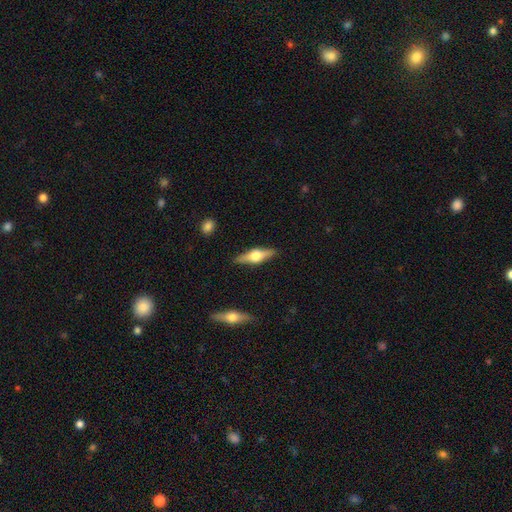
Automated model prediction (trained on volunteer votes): Smooth or featured?
  - featured or disk: 65% *
  - smooth: 30%
  - star or artifact: 6%
Edge-on disk?
  - yes: 96% *
  - no: 4%
Edge-on bulge?
  - rounded: 94% *
  - boxy: 5%
  - none: 1%
Merging?
  - none: 89% *
  - minor disturbance: 8%
  - major disturbance: 2%
  - merger: 1%